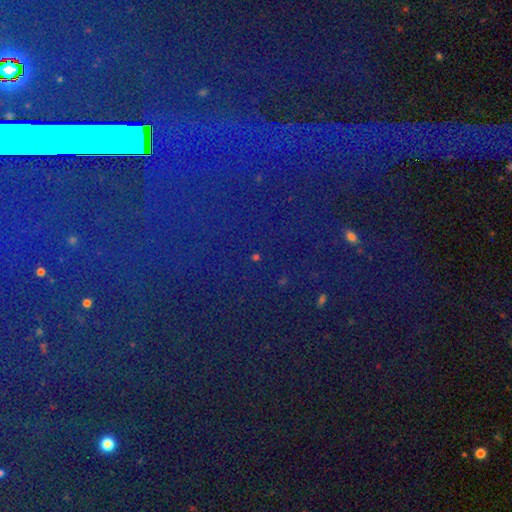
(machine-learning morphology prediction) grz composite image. It shows a star or artifact, not a galaxy (83%).